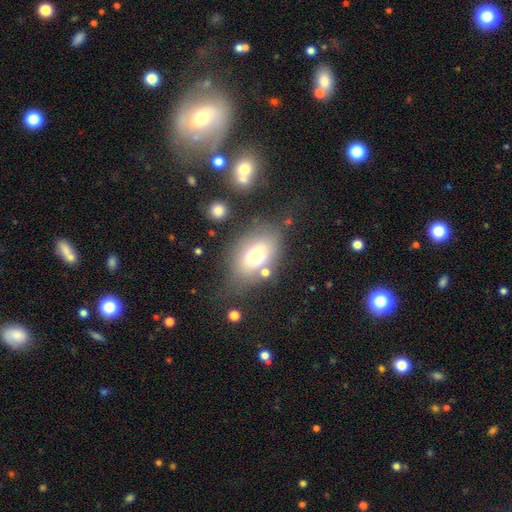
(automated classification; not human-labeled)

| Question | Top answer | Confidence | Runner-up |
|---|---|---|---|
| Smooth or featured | smooth | 69% | featured or disk (19%) |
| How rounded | in between | 79% | round (19%) |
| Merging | none | 62% | minor disturbance (18%) |